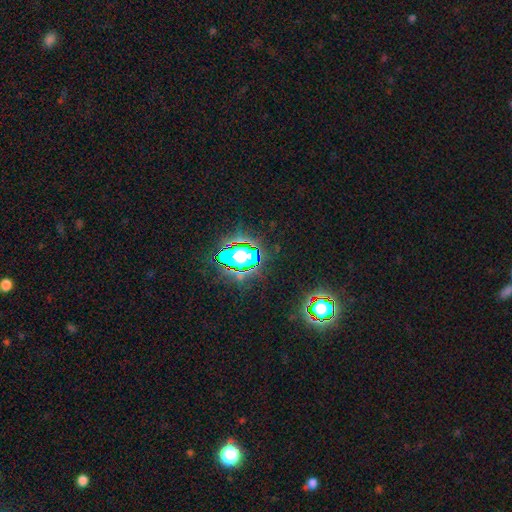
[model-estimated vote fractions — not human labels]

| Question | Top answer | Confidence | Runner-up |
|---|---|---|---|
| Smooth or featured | star or artifact | 80% | smooth (12%) |